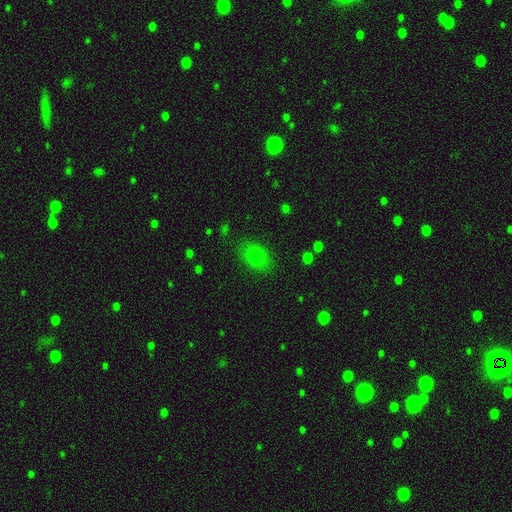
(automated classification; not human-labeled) A smooth galaxy with no disk features (78%) that is in between round and cigar-shaped (57%). Merging: none (79%).